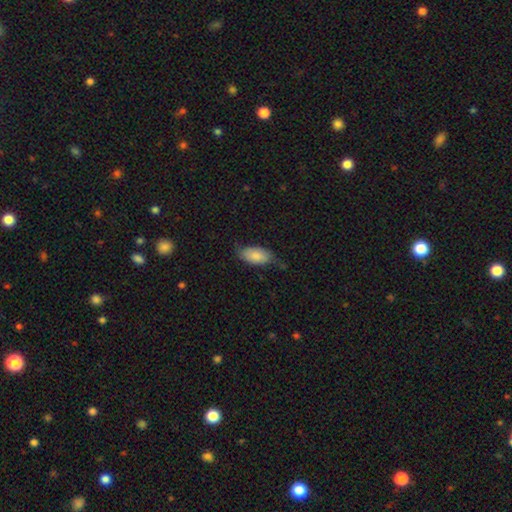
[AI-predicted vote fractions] A smooth galaxy with no disk features (82%) that is in between round and cigar-shaped (93%).

Vote fractions:
- Smooth or featured? smooth: 82% / featured or disk: 12% / star or artifact: 6%
- How rounded? in between: 93% / cigar-shaped: 5% / round: 2%
- Merging? none: 61% / minor disturbance: 31% / major disturbance: 7% / merger: 2%